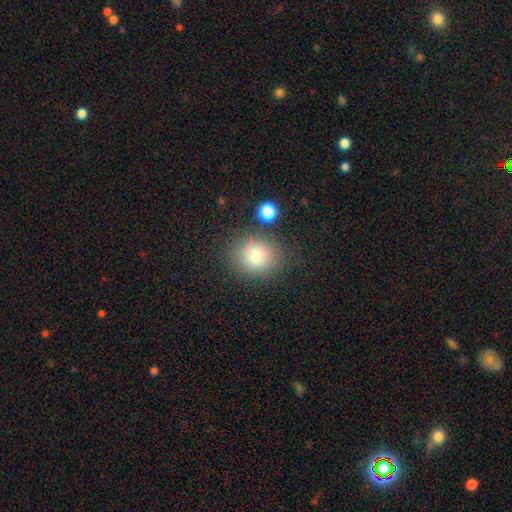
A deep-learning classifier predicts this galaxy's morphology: smooth 79%, star or artifact 12%, featured or disk 9%. Down the decision tree: how rounded — round (72%); merging — none (77%).